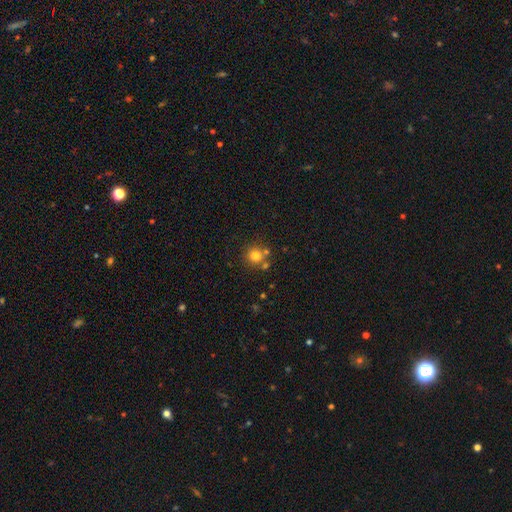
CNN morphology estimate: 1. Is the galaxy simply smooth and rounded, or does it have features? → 78% smooth, 13% star or artifact, 8% featured or disk.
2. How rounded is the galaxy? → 91% round, 8% in between, 1% cigar-shaped.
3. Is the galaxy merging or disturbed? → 69% none, 19% merger, 9% minor disturbance, 3% major disturbance.